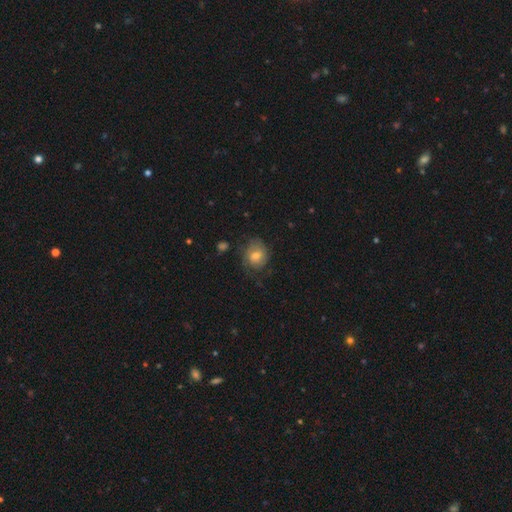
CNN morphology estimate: Overall: smooth (52%; featured or disk 40%). How rounded: round (63%; in between 36%). Merging: none (59%; minor disturbance 25%).